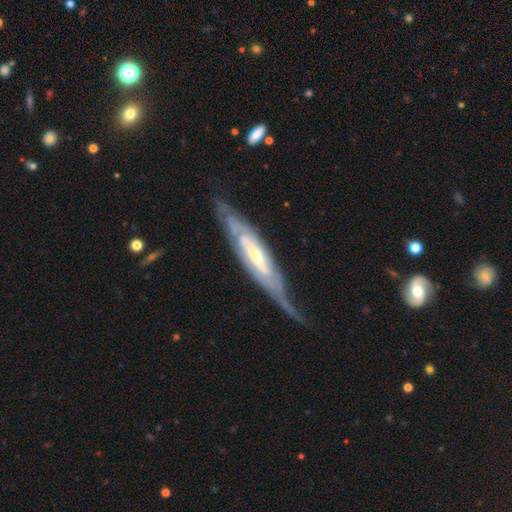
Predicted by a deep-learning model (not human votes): Smooth or featured?
  - featured or disk: 80% *
  - smooth: 15%
  - star or artifact: 5%
Edge-on disk?
  - no: 63% *
  - yes: 37%
Bar?
  - weak: 38% *
  - no: 33%
  - strong: 30%
Spiral arms?
  - yes: 83% *
  - no: 17%
Bulge size?
  - moderate: 45% *
  - small: 38%
  - large: 10%
  - none: 4%
  - dominant: 2%
Merging?
  - none: 49% *
  - minor disturbance: 26%
  - major disturbance: 22%
  - merger: 3%